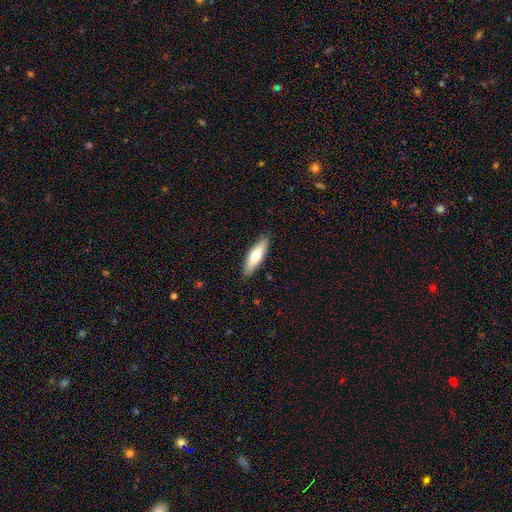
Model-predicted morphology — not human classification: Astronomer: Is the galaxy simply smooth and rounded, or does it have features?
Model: smooth — 67%.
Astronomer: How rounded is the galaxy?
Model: cigar-shaped — 60% (runner-up: in between, 39%).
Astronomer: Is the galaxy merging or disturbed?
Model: none — 88%.